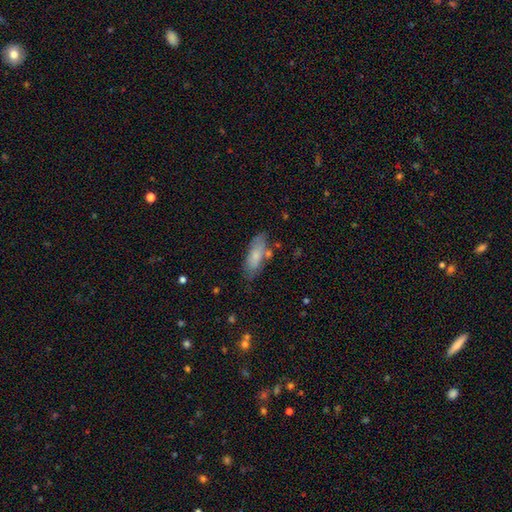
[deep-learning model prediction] A smooth galaxy with no disk features (75%) that is in between round and cigar-shaped (70%).

Vote fractions:
- Smooth or featured? smooth: 75% / featured or disk: 18% / star or artifact: 7%
- How rounded? in between: 70% / cigar-shaped: 28% / round: 2%
- Merging? none: 67% / minor disturbance: 21% / merger: 7% / major disturbance: 5%